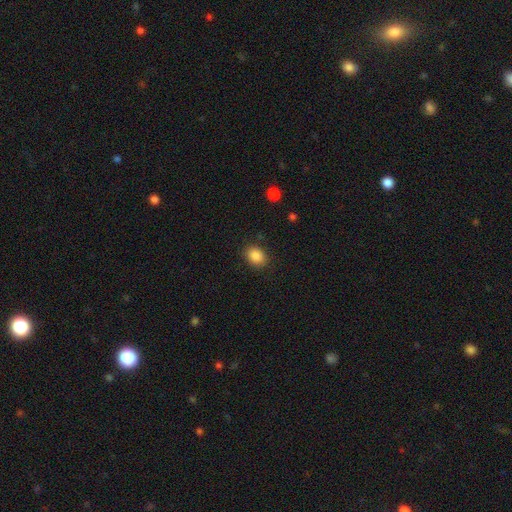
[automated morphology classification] smooth 87%, star or artifact 9%, featured or disk 4%. Down the decision tree: how rounded — in between (58%); merging — none (86%).